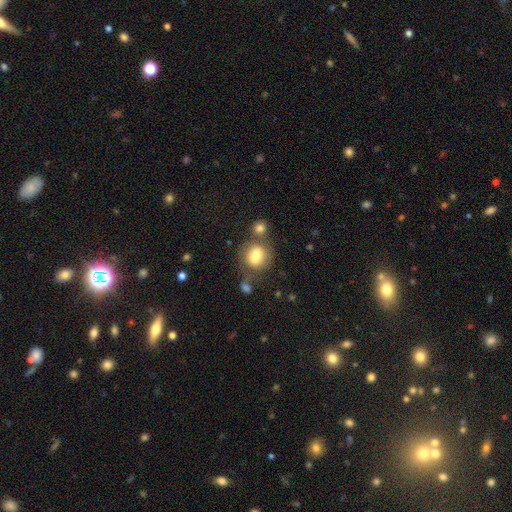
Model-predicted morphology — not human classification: Q: Smooth or featured?
A: smooth (76%); runner-up: featured or disk (16%)
Q: How rounded?
A: round (64%); runner-up: in between (35%)
Q: Merging?
A: none (56%); runner-up: merger (23%)